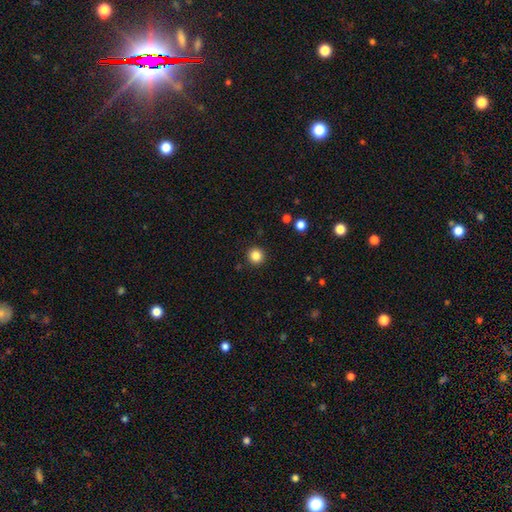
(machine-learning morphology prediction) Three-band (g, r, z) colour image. It shows a smooth galaxy with no disk features (85%) that is round (95%). Merging: none (92%).